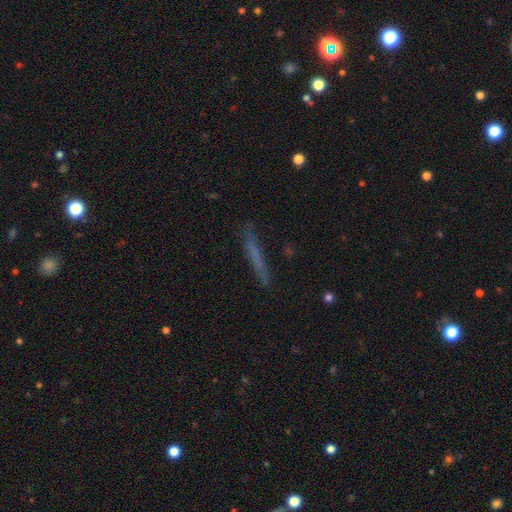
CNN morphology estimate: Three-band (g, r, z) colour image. It shows a smooth galaxy with no disk features (54%) that is cigar-shaped (95%). Merging: none (83%).